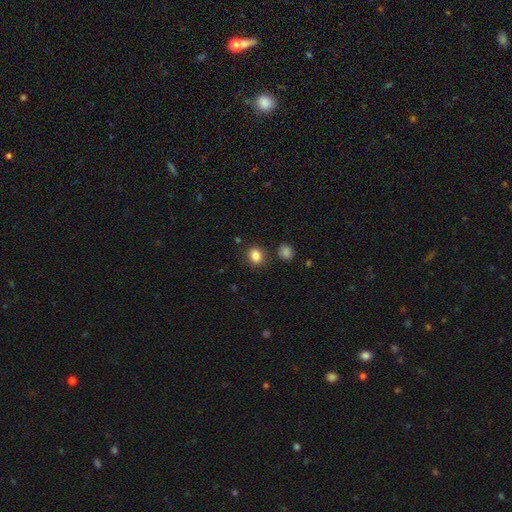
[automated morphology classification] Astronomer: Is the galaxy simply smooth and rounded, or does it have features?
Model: smooth — 85%.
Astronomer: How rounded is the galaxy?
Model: round — 64%.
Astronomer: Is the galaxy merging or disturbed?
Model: none — 83%.